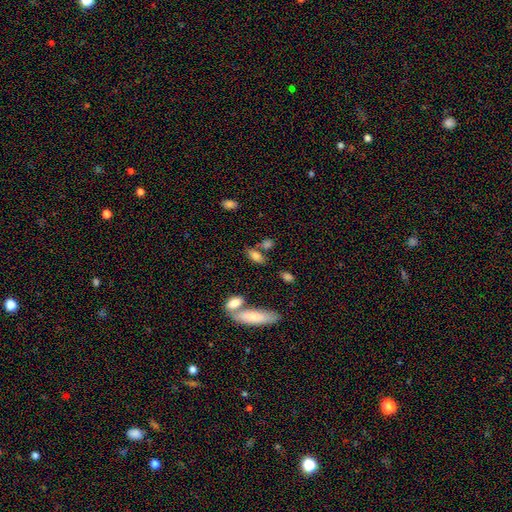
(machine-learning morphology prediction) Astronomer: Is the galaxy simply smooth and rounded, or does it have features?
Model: smooth — 76%.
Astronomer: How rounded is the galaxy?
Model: in between — 77%.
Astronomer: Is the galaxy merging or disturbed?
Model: none — 56%.